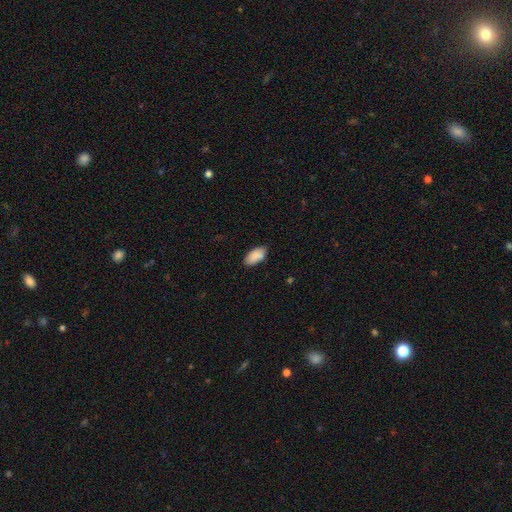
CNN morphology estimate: Q: Smooth or featured?
A: smooth (88%); runner-up: star or artifact (6%)
Q: How rounded?
A: in between (93%); runner-up: cigar-shaped (5%)
Q: Merging?
A: none (79%); runner-up: minor disturbance (16%)